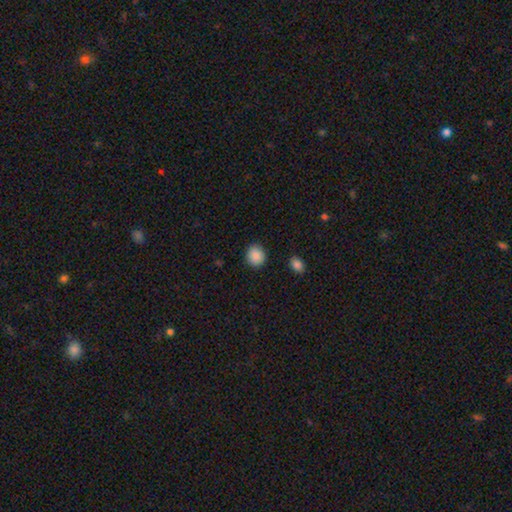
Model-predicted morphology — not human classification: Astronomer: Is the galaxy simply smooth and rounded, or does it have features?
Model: smooth — 89%.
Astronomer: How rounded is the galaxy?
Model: round — 81%.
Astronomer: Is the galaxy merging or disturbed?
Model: none — 89%.